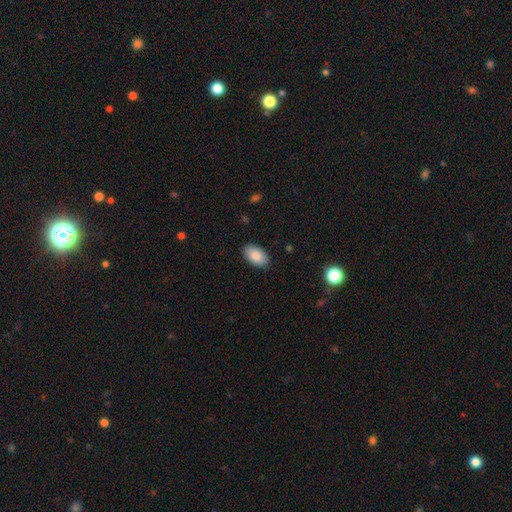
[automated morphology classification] Smooth or featured? Predicted: smooth (p=0.88). How rounded? Predicted: in between (p=0.95). Merging? Predicted: none (p=0.88).